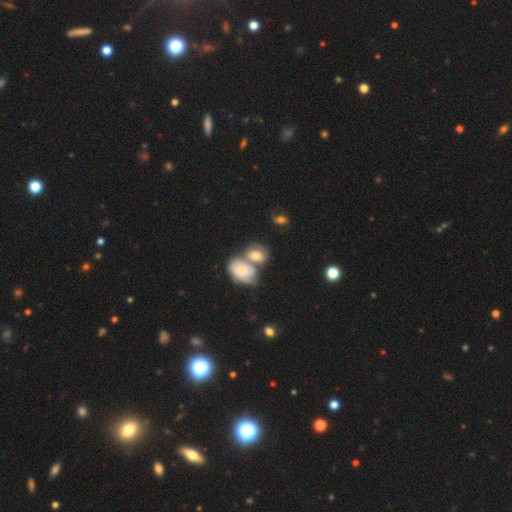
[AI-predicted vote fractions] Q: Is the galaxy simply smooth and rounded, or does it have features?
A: smooth — 61%.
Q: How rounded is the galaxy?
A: in between — 66%.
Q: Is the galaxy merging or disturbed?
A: merger — 56%.